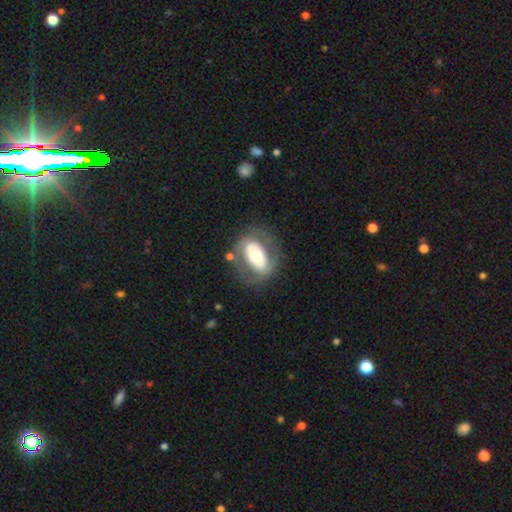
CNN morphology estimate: This is possibly a featured or disk galaxy (55%). It is clearly not viewed edge-on (92%). Bar: likely no (63%). Spiral arm pattern: likely no (76%). Central bulge: likely moderate (63%). Merging: likely none (69%).